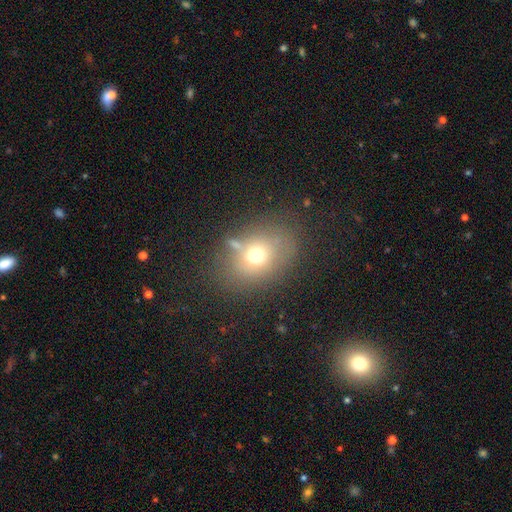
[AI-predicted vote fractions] Smooth or featured? smooth (66%)
How rounded? in between (53%)
Merging? none (69%)